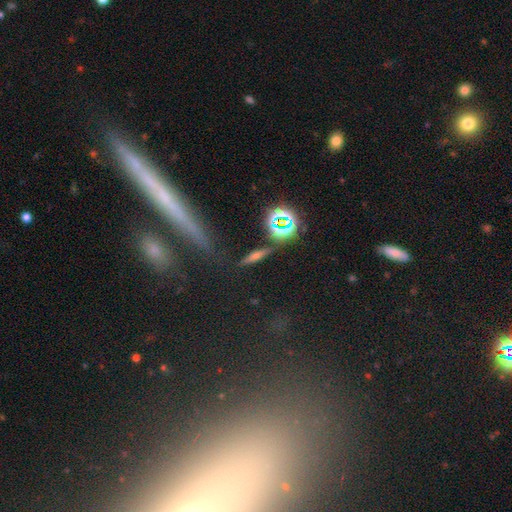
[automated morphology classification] smooth 42%, featured or disk 33%, star or artifact 25%. Down the decision tree: merging — none (82%).